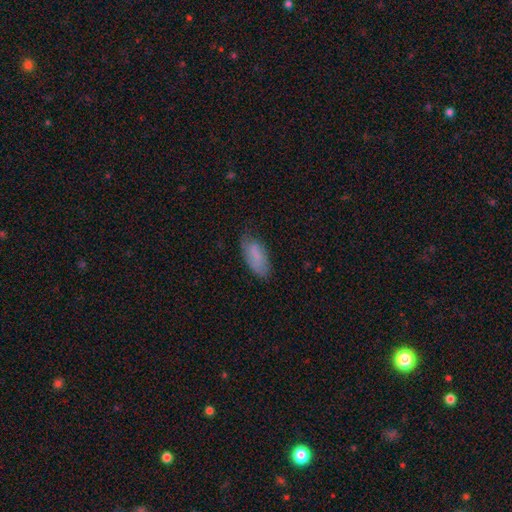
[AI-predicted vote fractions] smooth_or_featured: smooth (p=0.77) [alt: featured or disk p=0.16]
how_rounded: in between (p=0.87) [alt: cigar-shaped p=0.10]
merging: none (p=0.67) [alt: minor disturbance p=0.25]